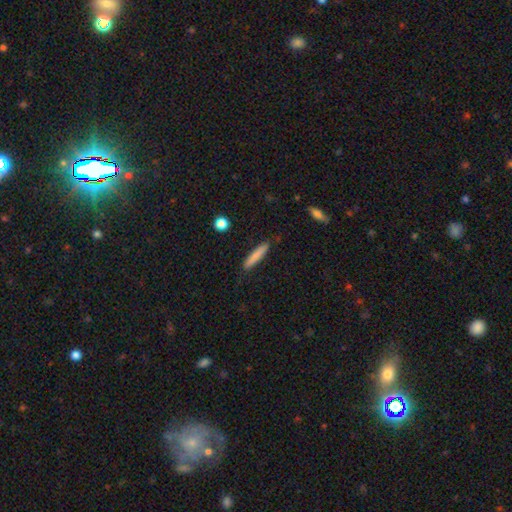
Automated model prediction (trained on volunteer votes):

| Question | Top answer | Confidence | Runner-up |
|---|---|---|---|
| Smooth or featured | smooth | 81% | featured or disk (13%) |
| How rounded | cigar-shaped | 91% | in between (8%) |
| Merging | none | 88% | minor disturbance (9%) |